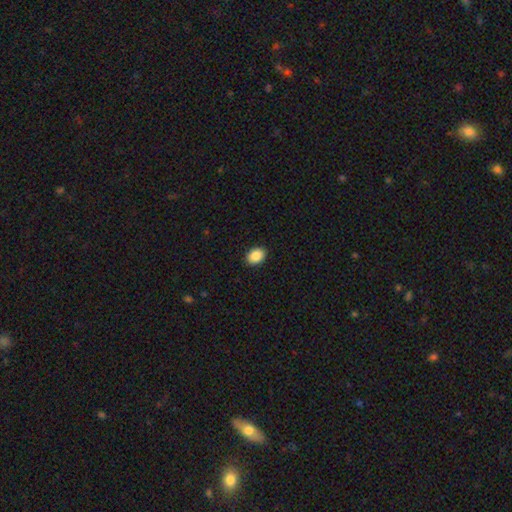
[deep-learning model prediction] Smooth or featured? smooth (89%)
How rounded? in between (74%)
Merging? none (91%)